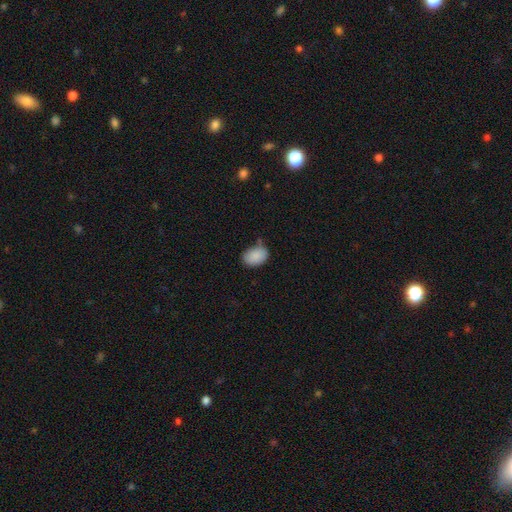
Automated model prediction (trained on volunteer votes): Smooth or featured? Predicted: smooth (p=0.88). How rounded? Predicted: in between (p=0.82). Merging? Predicted: none (p=0.62).